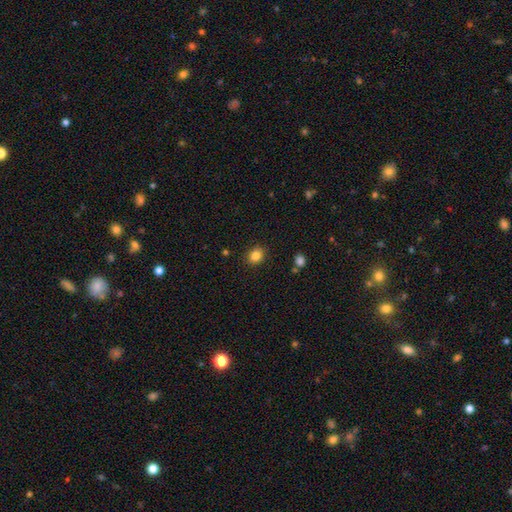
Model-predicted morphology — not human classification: Q: Smooth or featured?
A: smooth (84%); runner-up: star or artifact (11%)
Q: How rounded?
A: round (60%); runner-up: in between (39%)
Q: Merging?
A: none (88%); runner-up: minor disturbance (8%)